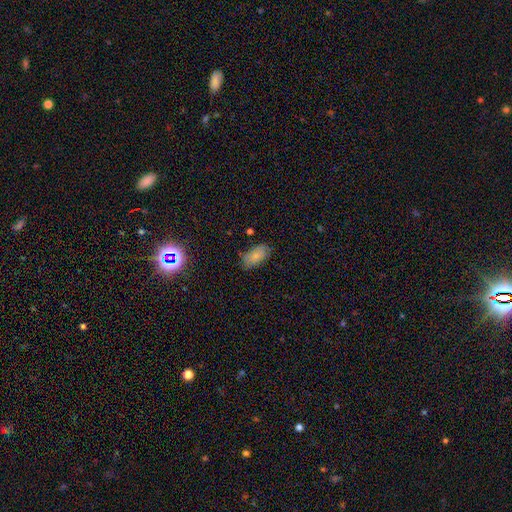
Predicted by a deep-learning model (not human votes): Overall: smooth (81%). How rounded: in between (93%). Merging: none (75%).